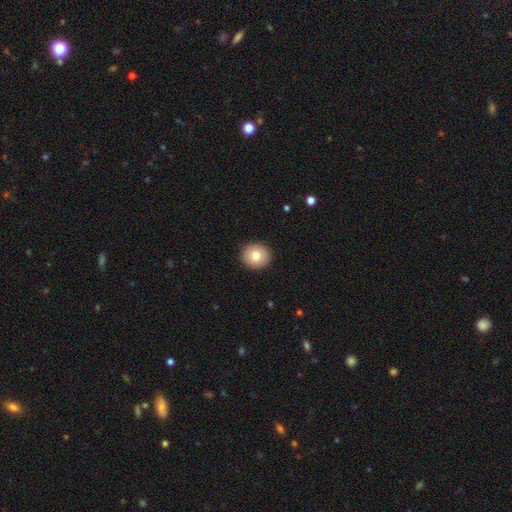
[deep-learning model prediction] A smooth galaxy with no disk features (78%) that is round (86%). Merging: none (92%).